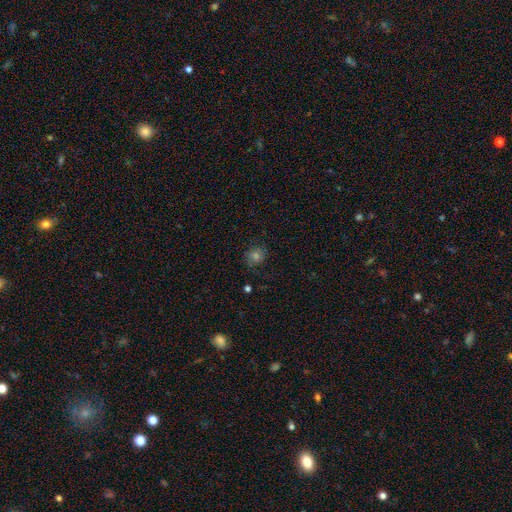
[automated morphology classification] type=smooth (54%); roundness=round (77%); merging=none (77%).